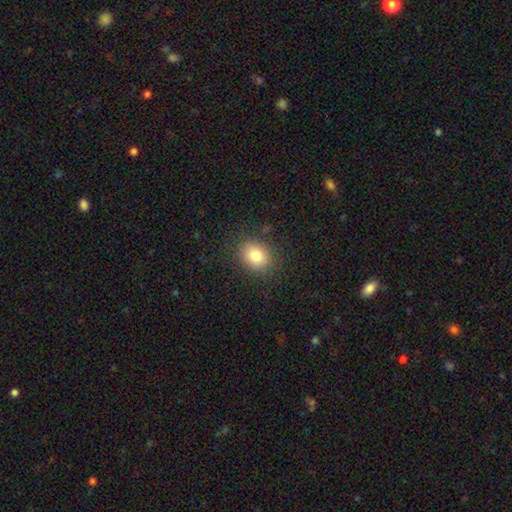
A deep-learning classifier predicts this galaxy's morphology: The model was most divided on "how rounded": in between: 51%, round: 48%, cigar-shaped: 1%. More confident: merging — none (86%); smooth or featured — smooth (83%).